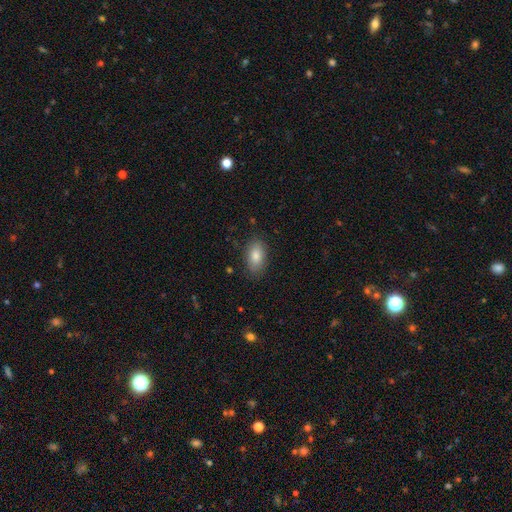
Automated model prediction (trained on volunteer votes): A smooth galaxy with no disk features (82%) that is in between round and cigar-shaped (91%). Merging: none (86%).